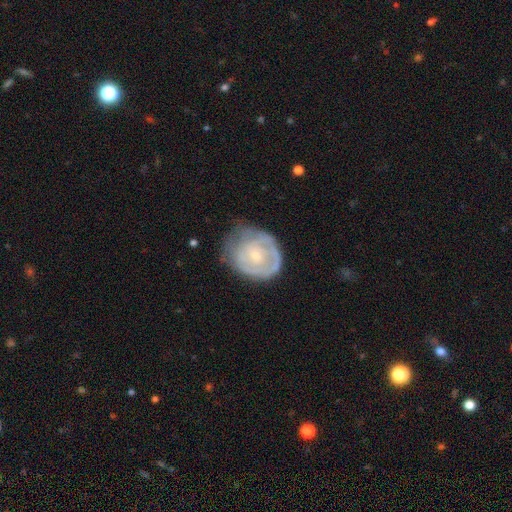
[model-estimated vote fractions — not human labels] A featured or disk galaxy (63%) with no bar (81%), spiral arms (65%) and a small central bulge (66%).

Vote fractions:
- Smooth or featured? featured or disk: 63% / smooth: 31% / star or artifact: 6%
- Edge-on disk? no: 97% / yes: 3%
- Bar? no: 81% / weak: 16% / strong: 3%
- Spiral arms? yes: 65% / no: 35%
- Bulge size? small: 66% / moderate: 29% / none: 2% / large: 2% / dominant: 1%
- Merging? none: 50% / minor disturbance: 31% / major disturbance: 16% / merger: 2%